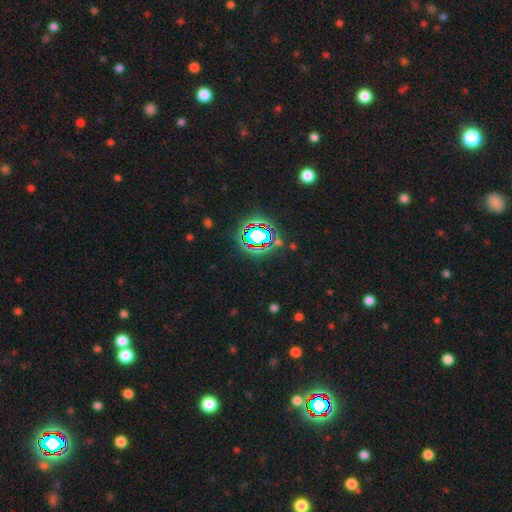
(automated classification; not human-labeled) star or artifact 78%, smooth 14%, featured or disk 8%.